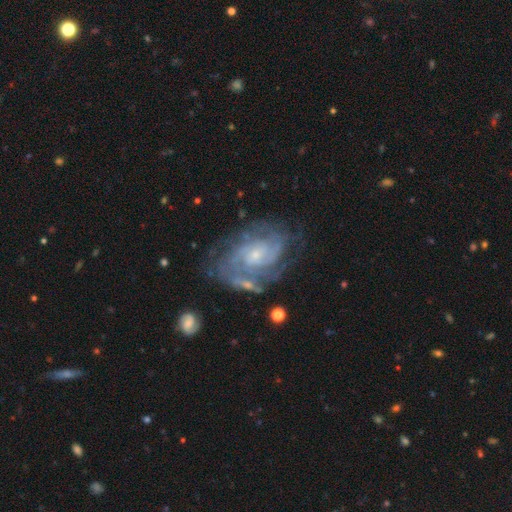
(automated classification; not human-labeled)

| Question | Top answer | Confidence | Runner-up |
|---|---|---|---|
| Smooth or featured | featured or disk | 87% | smooth (7%) |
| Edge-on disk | no | 97% | yes (3%) |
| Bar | no | 60% | weak (33%) |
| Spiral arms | yes | 95% | no (5%) |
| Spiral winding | tight | 61% | medium (32%) |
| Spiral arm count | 2 | 37% | can't tell (27%) |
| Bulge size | small | 70% | moderate (22%) |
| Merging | none | 65% | minor disturbance (19%) |